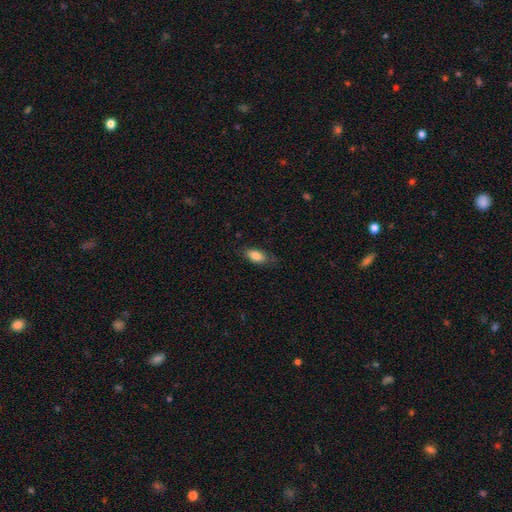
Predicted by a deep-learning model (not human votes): Smooth or featured? smooth (84%)
How rounded? in between (85%)
Merging? none (74%)